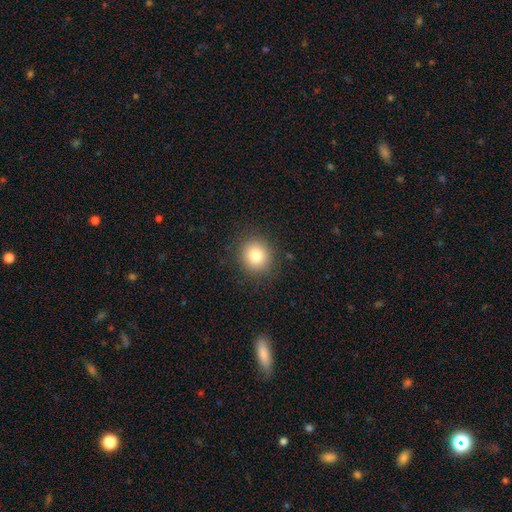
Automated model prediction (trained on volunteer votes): Smooth or featured? smooth (80%)
How rounded? round (86%)
Merging? none (89%)